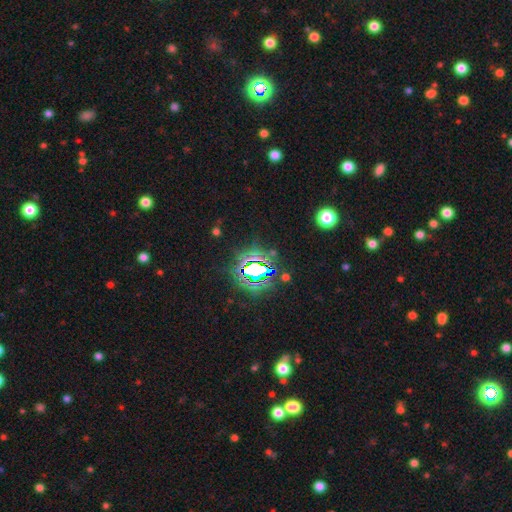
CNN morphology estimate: Smooth or featured? star or artifact (79%)